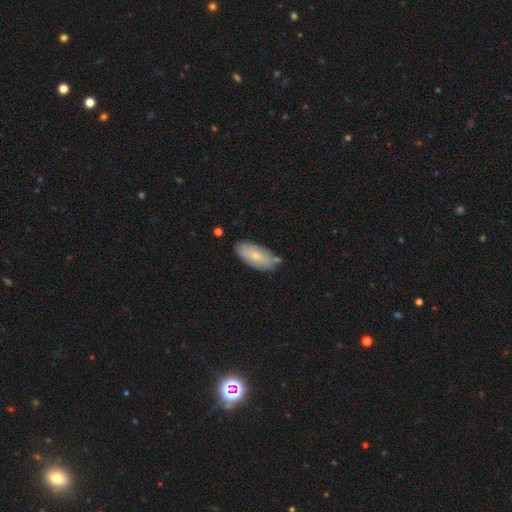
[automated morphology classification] A smooth galaxy with no disk features (72%) that is in between round and cigar-shaped (88%). Merging: none (76%).